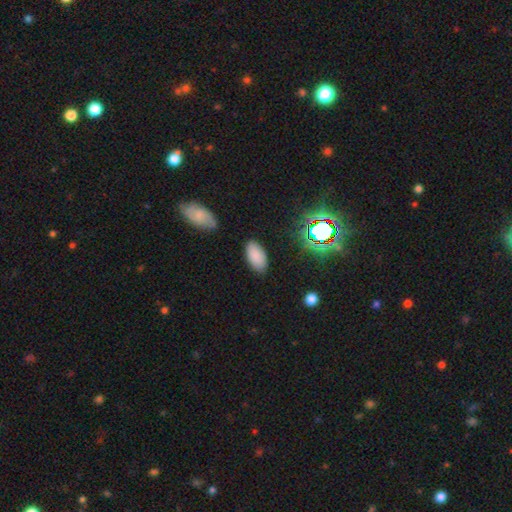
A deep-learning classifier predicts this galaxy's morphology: Q: Smooth or featured?
A: smooth (83%); runner-up: star or artifact (10%)
Q: How rounded?
A: in between (95%); runner-up: cigar-shaped (3%)
Q: Merging?
A: none (85%); runner-up: minor disturbance (11%)